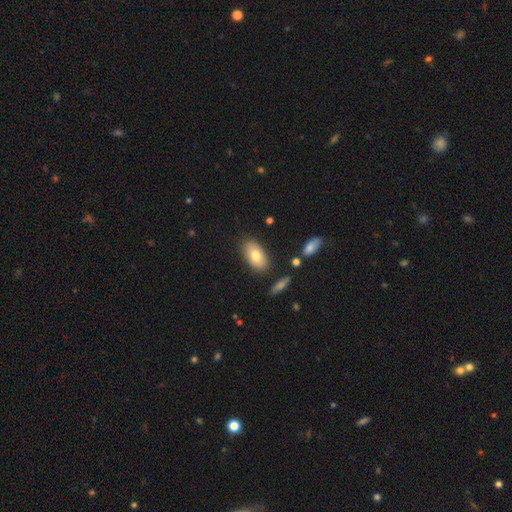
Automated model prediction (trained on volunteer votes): Smooth or featured: smooth — 77% (featured or disk — 16%)
How rounded: in between — 93% (round — 5%)
Merging: none — 83% (minor disturbance — 11%)